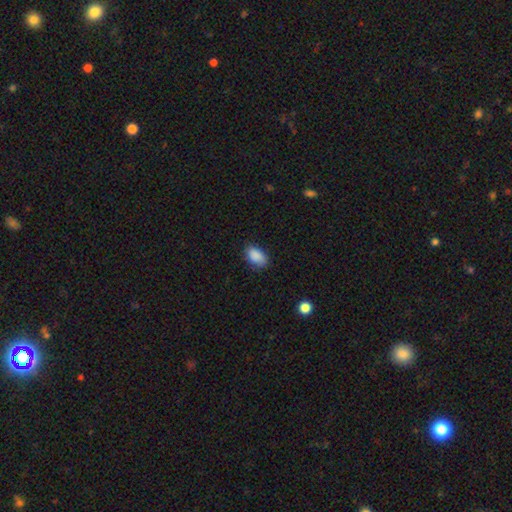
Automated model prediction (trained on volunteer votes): The model was most divided on "merging": none: 76%, minor disturbance: 19%, major disturbance: 4%, merger: 1%. More confident: how rounded — in between (91%); smooth or featured — smooth (88%).